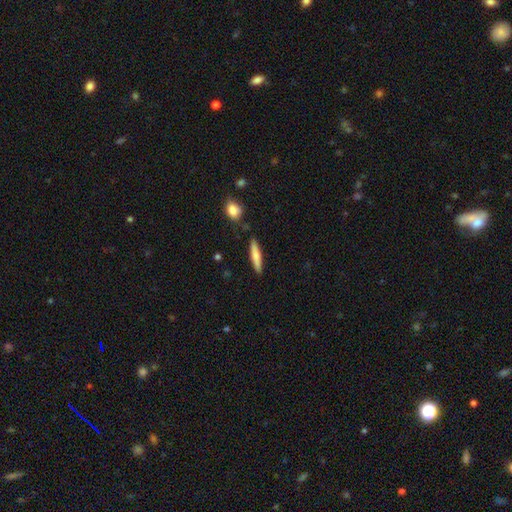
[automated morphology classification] type=smooth (71%); roundness=cigar-shaped (87%); merging=none (84%).